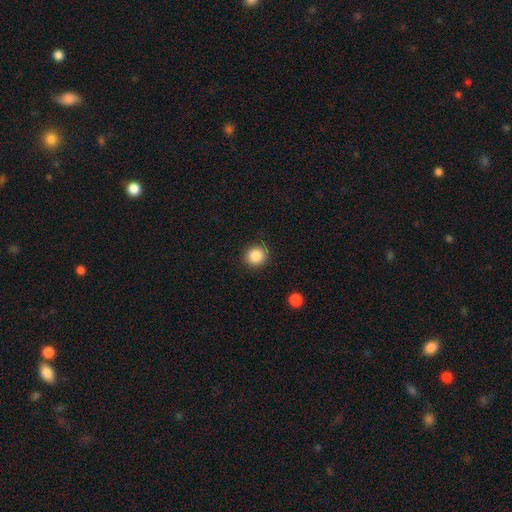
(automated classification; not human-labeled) Q: Smooth or featured?
A: smooth (87%); runner-up: star or artifact (9%)
Q: How rounded?
A: round (86%); runner-up: in between (13%)
Q: Merging?
A: none (89%); runner-up: minor disturbance (7%)